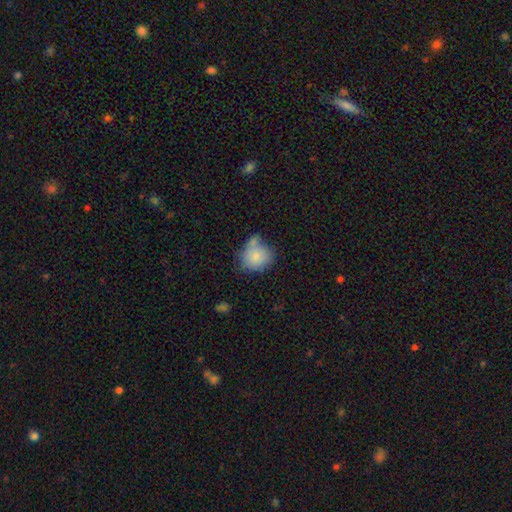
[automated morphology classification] type=smooth (83%); roundness=round (73%); merging=none (47%).